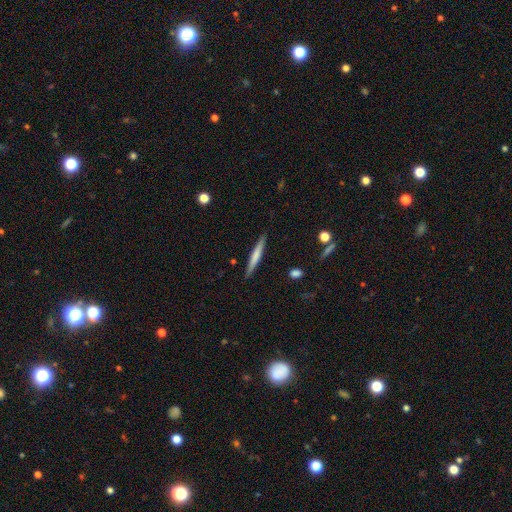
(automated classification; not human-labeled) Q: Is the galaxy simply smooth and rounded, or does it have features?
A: smooth — 58%.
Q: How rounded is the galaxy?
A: cigar-shaped — 95%.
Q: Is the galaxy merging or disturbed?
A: none — 89%.